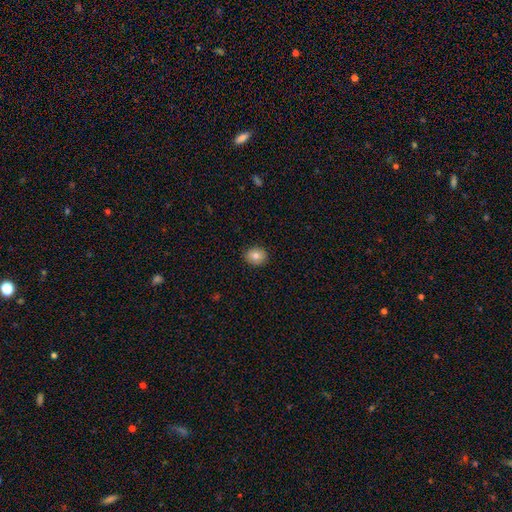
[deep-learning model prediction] smooth-or-featured: smooth: 81% | featured or disk: 10% | star or artifact: 9%
  how-rounded: round: 68% | in between: 32% | cigar-shaped: 1%
  merging: none: 90% | minor disturbance: 7% | major disturbance: 2% | merger: 1%